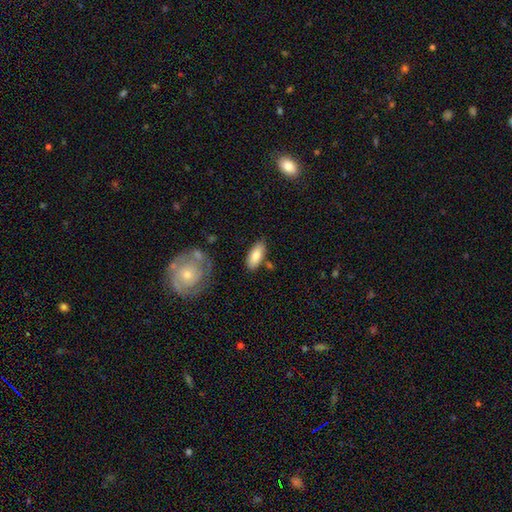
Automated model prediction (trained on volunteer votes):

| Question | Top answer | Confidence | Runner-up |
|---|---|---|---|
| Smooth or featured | smooth | 80% | featured or disk (14%) |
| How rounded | in between | 84% | cigar-shaped (14%) |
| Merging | none | 78% | minor disturbance (13%) |